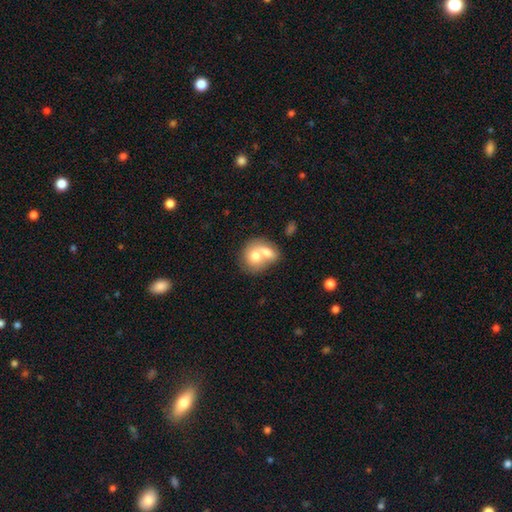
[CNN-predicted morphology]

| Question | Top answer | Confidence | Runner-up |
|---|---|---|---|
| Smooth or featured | smooth | 69% | featured or disk (24%) |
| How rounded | round | 62% | in between (37%) |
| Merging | merger | 71% | none (19%) |